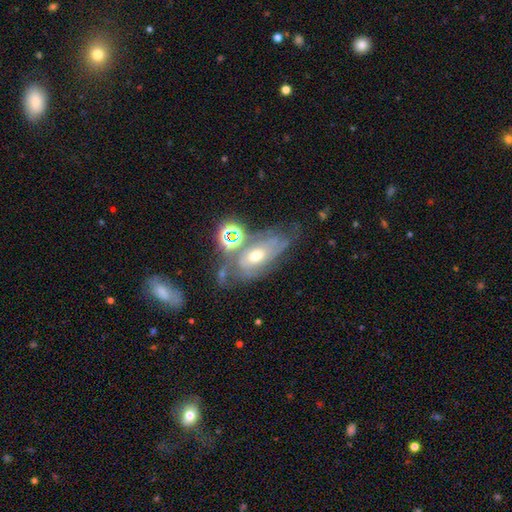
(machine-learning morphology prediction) smooth-or-featured: featured or disk: 59% | smooth: 23% | star or artifact: 17%
  disk-edge-on: no: 89% | yes: 11%
    bar: no: 71% | weak: 23% | strong: 7%
    has-spiral-arms: yes: 68% | no: 32%
    bulge-size: moderate: 67% | small: 19% | large: 10% | none: 2% | dominant: 2%
  merging: none: 42% | minor disturbance: 23% | major disturbance: 18% | merger: 16%